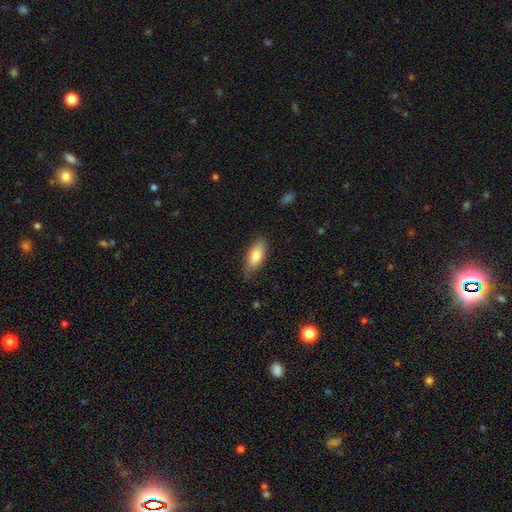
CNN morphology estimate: smooth 79%, featured or disk 15%, star or artifact 6%. Down the decision tree: how rounded — in between (75%); merging — none (77%).